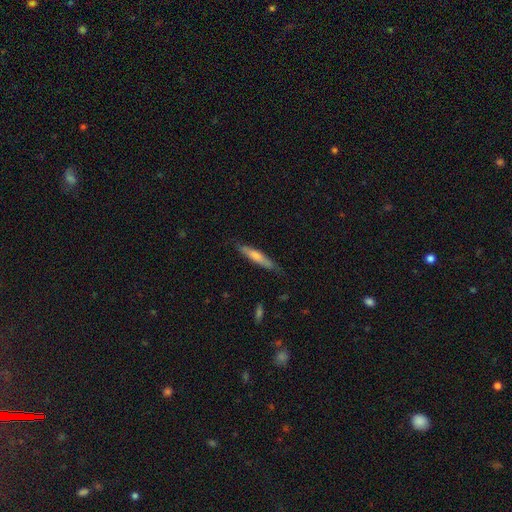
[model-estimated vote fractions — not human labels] Smooth or featured: smooth — 57% (featured or disk — 37%)
How rounded: cigar-shaped — 90% (in between — 9%)
Merging: none — 79% (minor disturbance — 17%)